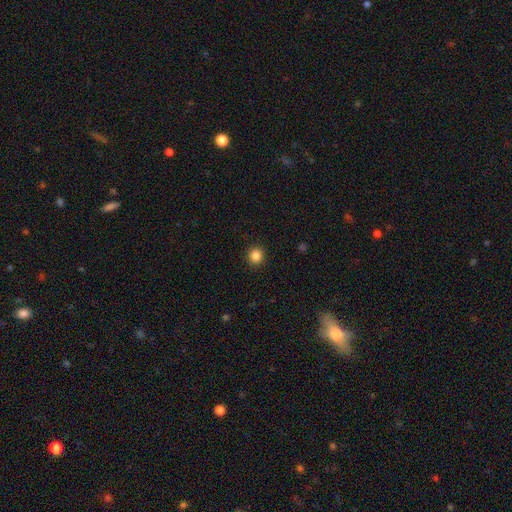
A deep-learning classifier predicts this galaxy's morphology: smooth-or-featured: smooth: 86% | star or artifact: 11% | featured or disk: 3%
  how-rounded: round: 92% | in between: 7% | cigar-shaped: 1%
  merging: none: 92% | minor disturbance: 5% | major disturbance: 2% | merger: 1%